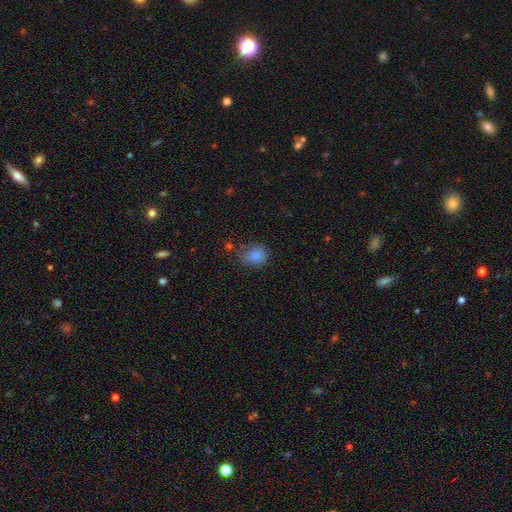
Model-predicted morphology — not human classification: Smooth or featured? Predicted: smooth (p=0.83). How rounded? Predicted: round (p=0.60). Merging? Predicted: none (p=0.60).